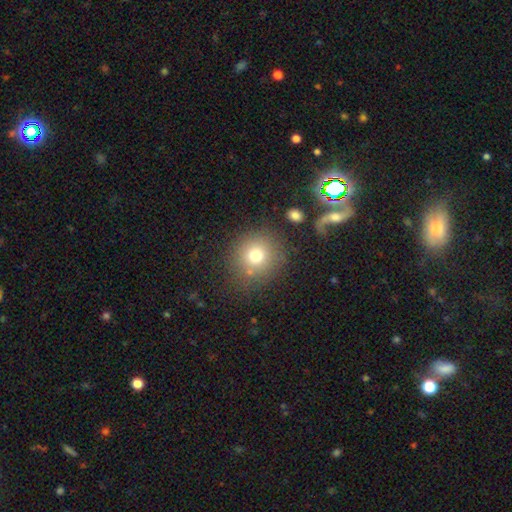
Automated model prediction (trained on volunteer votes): smooth 75%, star or artifact 13%, featured or disk 12%. Down the decision tree: how rounded — round (89%); merging — none (78%).